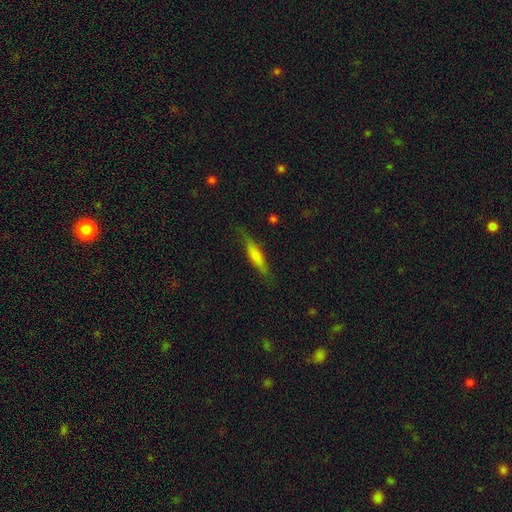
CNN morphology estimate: A smooth galaxy with no disk features (70%) that is cigar-shaped (69%).

Vote fractions:
- Smooth or featured? smooth: 70% / featured or disk: 23% / star or artifact: 7%
- How rounded? cigar-shaped: 69% / in between: 29% / round: 2%
- Merging? none: 69% / minor disturbance: 23% / major disturbance: 6% / merger: 2%